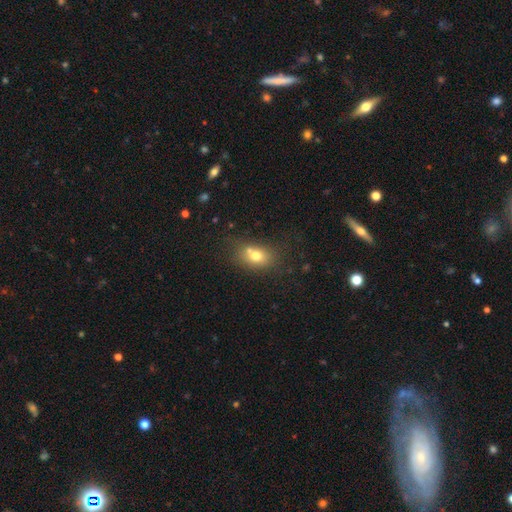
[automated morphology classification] A smooth galaxy with no disk features (72%) that is in between round and cigar-shaped (66%).

Vote fractions:
- Smooth or featured? smooth: 72% / featured or disk: 16% / star or artifact: 12%
- How rounded? in between: 66% / round: 33% / cigar-shaped: 2%
- Merging? none: 53% / merger: 26% / minor disturbance: 15% / major disturbance: 6%